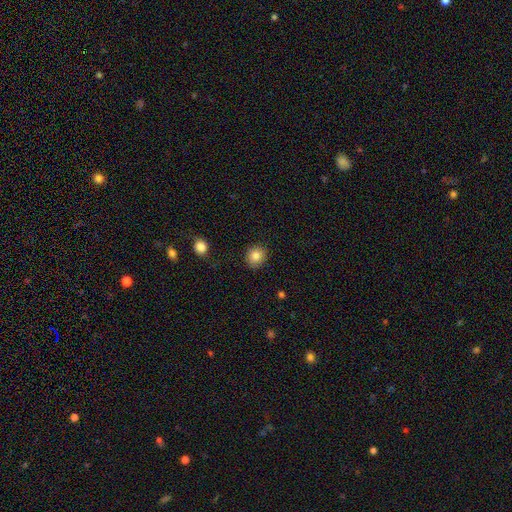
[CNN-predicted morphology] This is clearly a smooth galaxy (84%). How rounded: clearly round (84%). Merging: clearly none (89%).